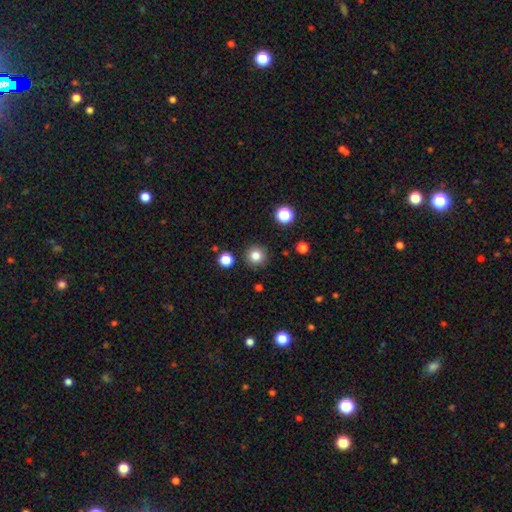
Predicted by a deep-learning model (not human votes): smooth-or-featured: smooth: 82% | star or artifact: 13% | featured or disk: 5%
  how-rounded: round: 95% | in between: 4% | cigar-shaped: 1%
  merging: none: 90% | minor disturbance: 6% | major disturbance: 2% | merger: 2%